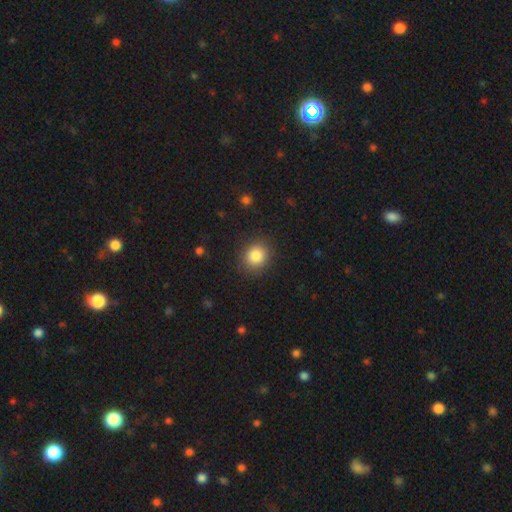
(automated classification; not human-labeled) This appears to be a smooth galaxy with no disk features (85%) that is round (79%). Merging: none (88%).